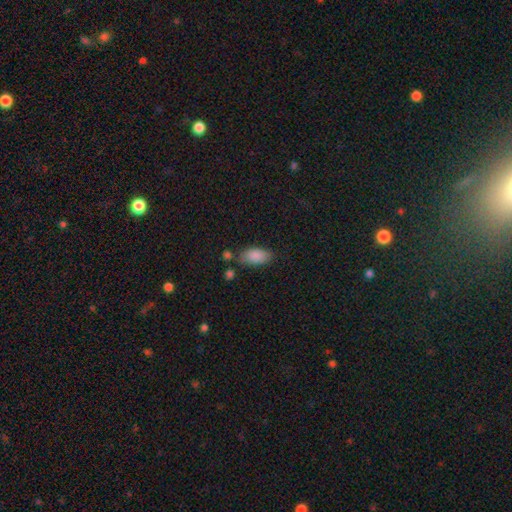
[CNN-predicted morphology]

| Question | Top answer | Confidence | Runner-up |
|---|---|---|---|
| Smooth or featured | smooth | 88% | star or artifact (7%) |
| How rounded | in between | 92% | cigar-shaped (5%) |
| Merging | none | 69% | minor disturbance (18%) |